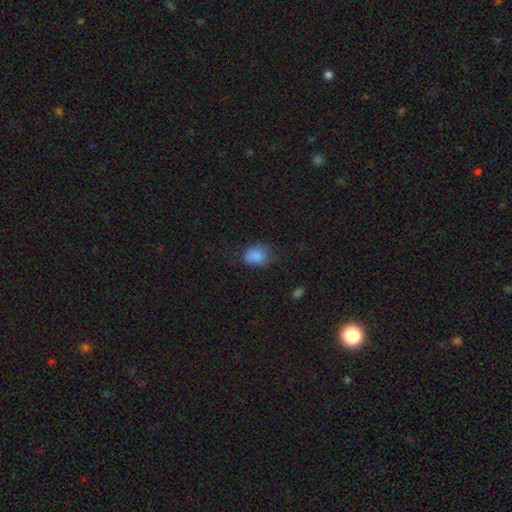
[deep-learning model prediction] Smooth or featured?
  - smooth: 85% *
  - star or artifact: 10%
  - featured or disk: 5%
How rounded?
  - in between: 55% *
  - round: 44%
  - cigar-shaped: 1%
Merging?
  - none: 64% *
  - minor disturbance: 26%
  - major disturbance: 9%
  - merger: 2%